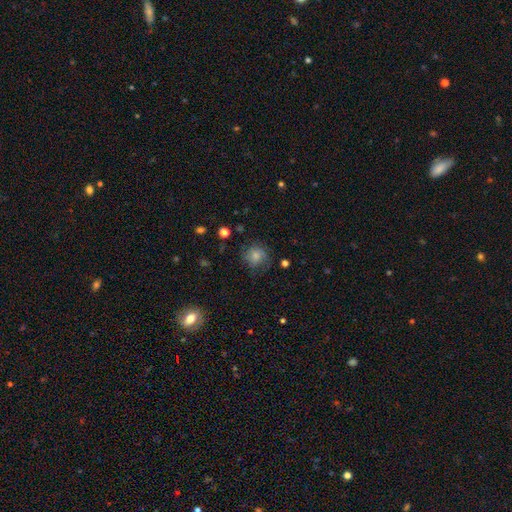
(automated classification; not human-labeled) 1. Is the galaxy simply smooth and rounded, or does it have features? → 67% smooth, 21% featured or disk, 11% star or artifact.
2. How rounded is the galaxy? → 83% round, 16% in between, 1% cigar-shaped.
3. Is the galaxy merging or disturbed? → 67% none, 21% minor disturbance, 11% major disturbance, 2% merger.